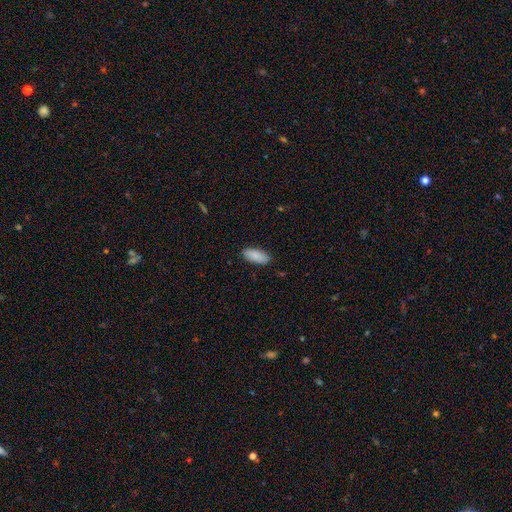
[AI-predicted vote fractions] Morphology: type=smooth (90%); roundness=in between (83%); merging=none (88%).